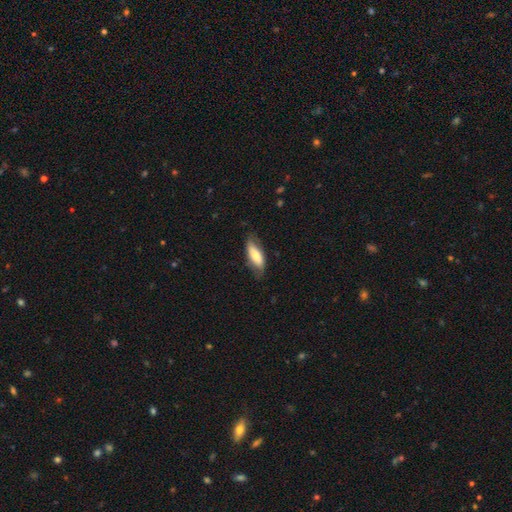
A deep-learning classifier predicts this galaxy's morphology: Overall: smooth (64%; featured or disk 30%). How rounded: in between (71%). Merging: none (66%).